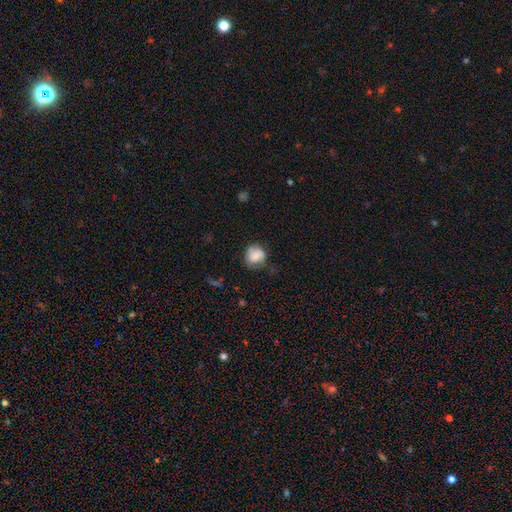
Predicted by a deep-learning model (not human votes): Smooth or featured? Predicted: smooth (p=0.69). How rounded? Predicted: round (p=0.78). Merging? Predicted: none (p=0.59).